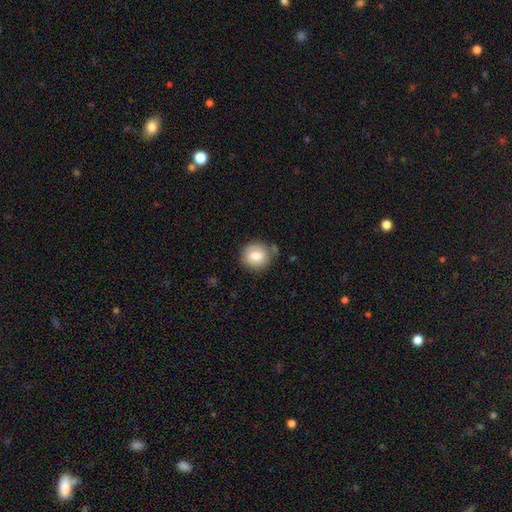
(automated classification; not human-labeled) The model was most divided on "smooth or featured": smooth: 73%, featured or disk: 20%, star or artifact: 8%. More confident: how rounded — round (85%); merging — none (77%).